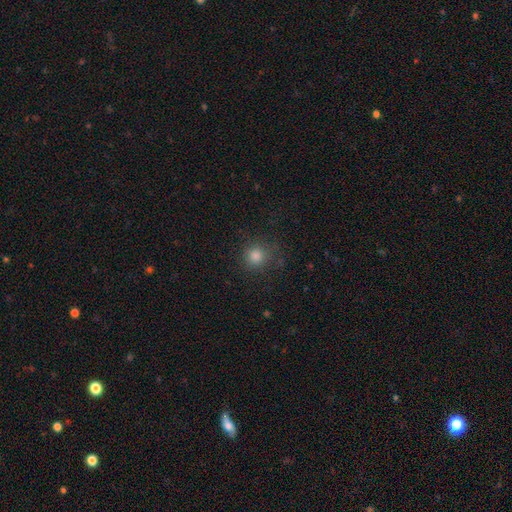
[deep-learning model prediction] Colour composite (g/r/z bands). It shows a smooth galaxy with no disk features (79%) that is round (91%). Merging: none (83%).